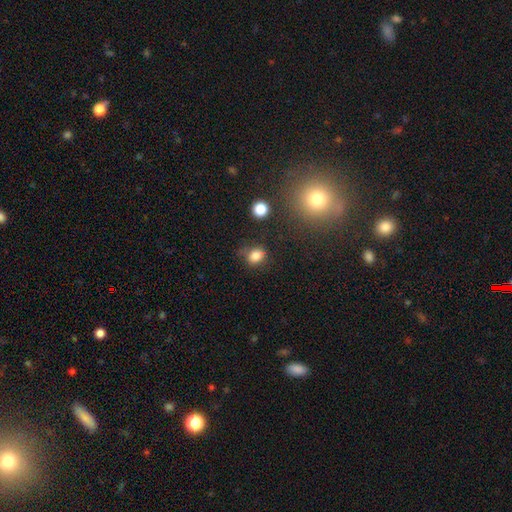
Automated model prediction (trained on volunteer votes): Overall: smooth (82%). How rounded: round (55%; in between 43%). Merging: none (67%).